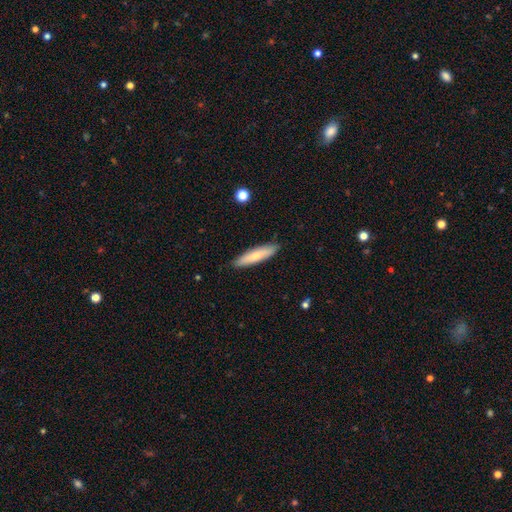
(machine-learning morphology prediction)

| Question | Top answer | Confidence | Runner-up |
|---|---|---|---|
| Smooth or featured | smooth | 66% | featured or disk (29%) |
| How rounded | cigar-shaped | 77% | in between (21%) |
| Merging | none | 88% | minor disturbance (9%) |